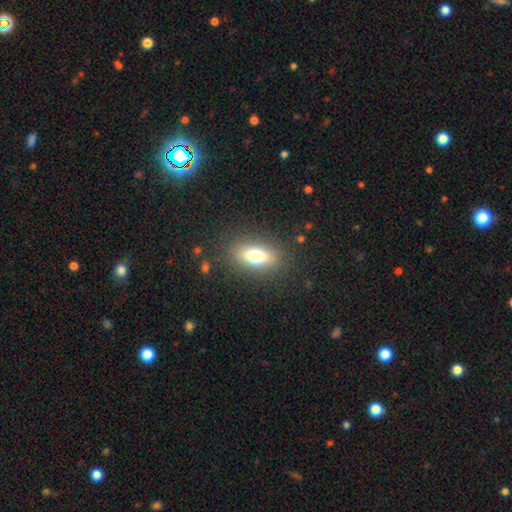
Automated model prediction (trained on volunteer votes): A smooth galaxy with no disk features (71%) that is in between round and cigar-shaped (77%).

Vote fractions:
- Smooth or featured? smooth: 71% / featured or disk: 19% / star or artifact: 10%
- How rounded? in between: 77% / cigar-shaped: 14% / round: 8%
- Merging? none: 85% / minor disturbance: 9% / major disturbance: 4% / merger: 1%